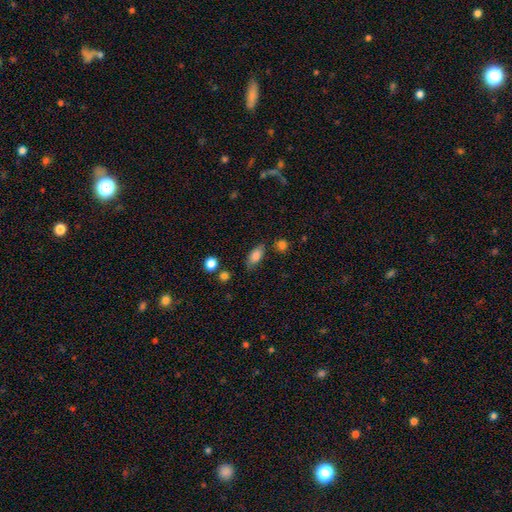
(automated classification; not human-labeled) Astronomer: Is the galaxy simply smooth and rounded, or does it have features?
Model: smooth — 81%.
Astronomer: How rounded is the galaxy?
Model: in between — 86%.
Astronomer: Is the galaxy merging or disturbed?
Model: none — 74%.